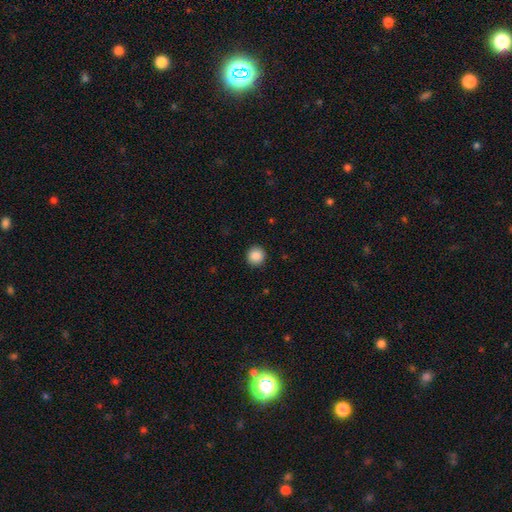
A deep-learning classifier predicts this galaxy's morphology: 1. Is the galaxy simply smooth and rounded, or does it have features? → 89% smooth, 9% star or artifact, 3% featured or disk.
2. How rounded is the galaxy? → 94% round, 5% in between, 1% cigar-shaped.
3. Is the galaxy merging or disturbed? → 92% none, 5% minor disturbance, 2% major disturbance, 1% merger.